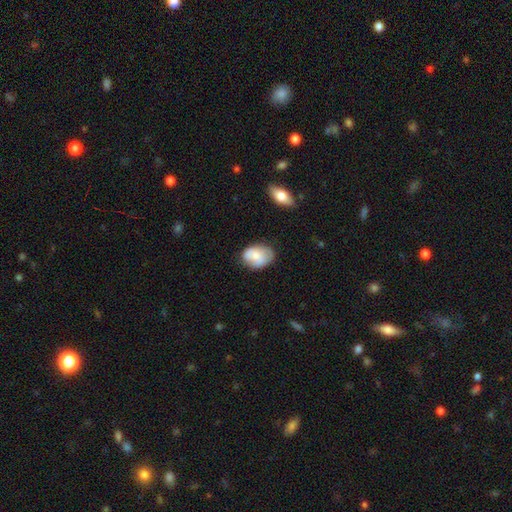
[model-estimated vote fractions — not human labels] smooth 70%, featured or disk 23%, star or artifact 7%. Down the decision tree: how rounded — in between (75%); merging — none (62%).